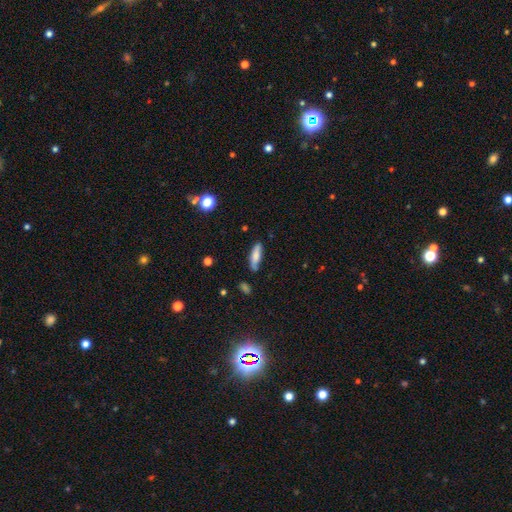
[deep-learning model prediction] Smooth or featured? Predicted: smooth (p=0.75). How rounded? Predicted: cigar-shaped (p=0.59). Merging? Predicted: none (p=0.72).